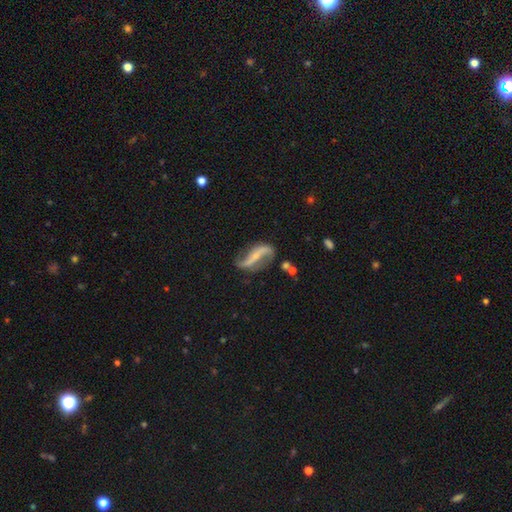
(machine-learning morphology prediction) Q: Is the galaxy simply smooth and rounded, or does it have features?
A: featured or disk — 85%.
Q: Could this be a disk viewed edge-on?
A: no — 93%.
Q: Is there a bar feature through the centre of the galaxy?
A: strong — 55%.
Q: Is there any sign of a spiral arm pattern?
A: yes — 93%.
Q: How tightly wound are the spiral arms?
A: loose — 81%.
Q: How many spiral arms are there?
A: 2 — 91%.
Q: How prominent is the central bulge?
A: small — 68%.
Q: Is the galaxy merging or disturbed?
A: none — 68%.